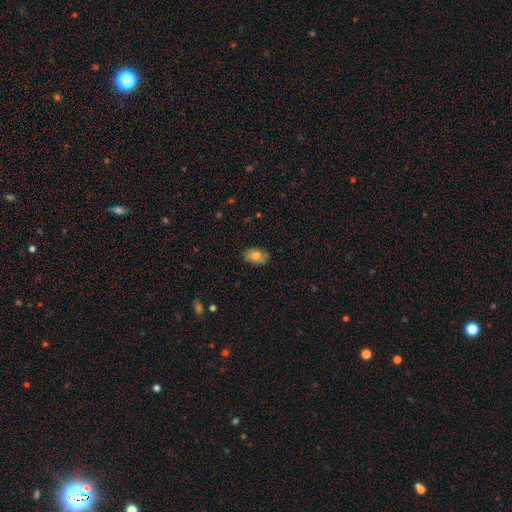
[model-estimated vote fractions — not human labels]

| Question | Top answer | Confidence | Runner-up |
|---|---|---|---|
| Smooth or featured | smooth | 78% | featured or disk (14%) |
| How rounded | in between | 88% | round (11%) |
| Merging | none | 83% | minor disturbance (14%) |